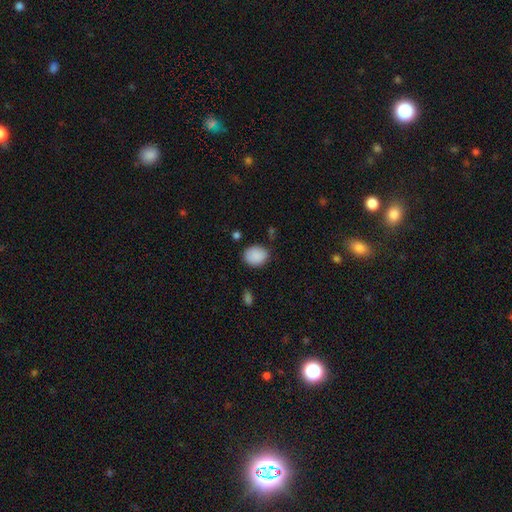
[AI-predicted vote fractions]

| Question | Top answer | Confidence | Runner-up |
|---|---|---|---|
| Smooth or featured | smooth | 88% | star or artifact (8%) |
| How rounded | round | 53% | in between (47%) |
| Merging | none | 75% | minor disturbance (19%) |